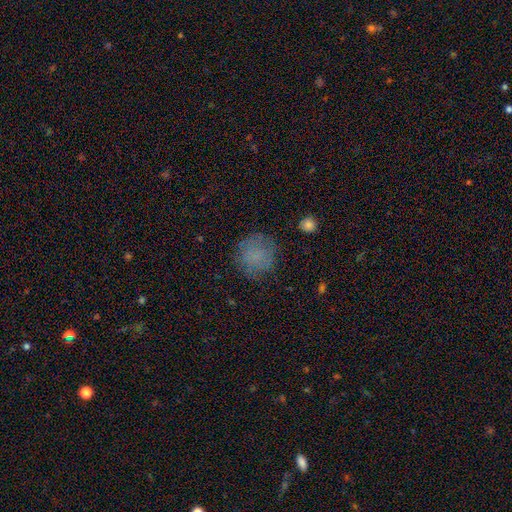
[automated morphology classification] This appears to be a smooth galaxy with no disk features (71%) that is round (87%). Merging: none (73%).